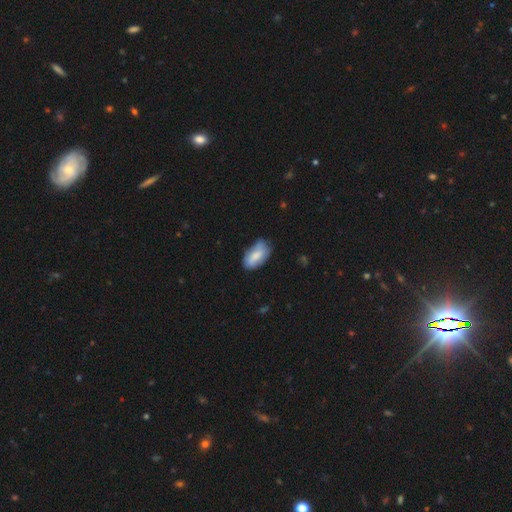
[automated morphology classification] This is likely a smooth galaxy (78%). How rounded: clearly in between (94%). Merging: likely none (63%).